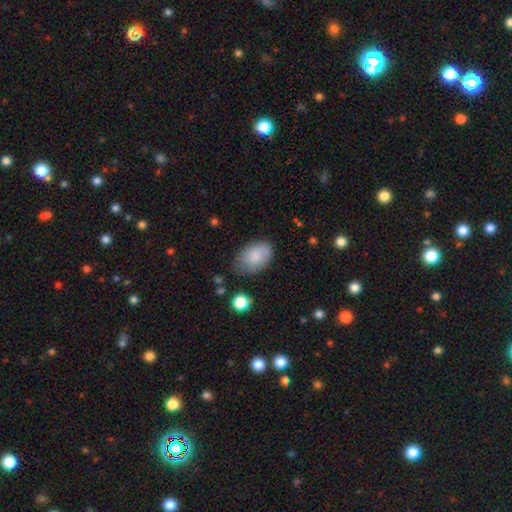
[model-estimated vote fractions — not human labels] smooth-or-featured: smooth: 83% | featured or disk: 10% | star or artifact: 7%
  how-rounded: in between: 89% | round: 10% | cigar-shaped: 1%
  merging: none: 66% | minor disturbance: 26% | major disturbance: 6% | merger: 3%